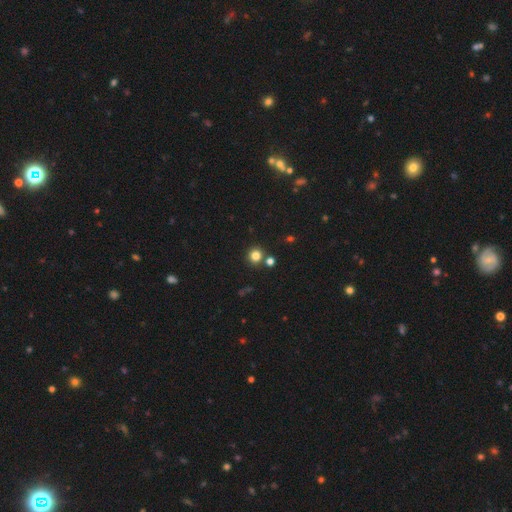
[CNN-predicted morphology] Q: Smooth or featured?
A: smooth (81%); runner-up: star or artifact (14%)
Q: How rounded?
A: round (91%); runner-up: in between (8%)
Q: Merging?
A: none (80%); runner-up: merger (10%)